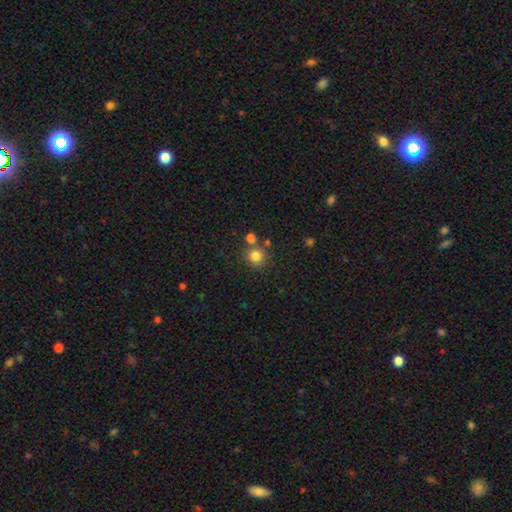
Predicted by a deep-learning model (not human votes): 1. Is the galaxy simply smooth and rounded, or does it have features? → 81% smooth, 12% star or artifact, 6% featured or disk.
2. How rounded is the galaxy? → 91% round, 8% in between, 1% cigar-shaped.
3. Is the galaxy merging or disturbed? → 72% none, 16% merger, 8% minor disturbance, 3% major disturbance.